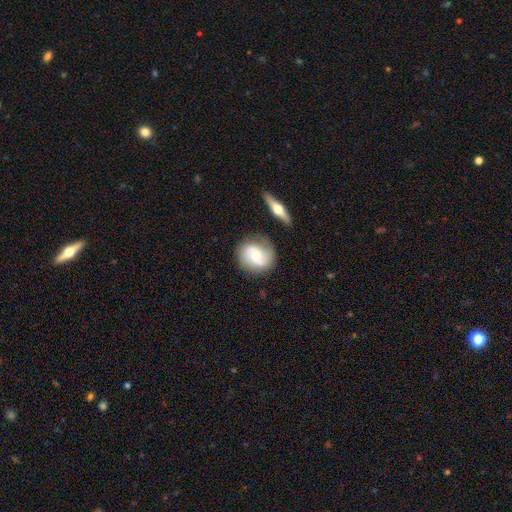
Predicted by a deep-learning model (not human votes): A featured or disk galaxy (66%) with no bar (54%), 2 (84%) medium (45%) spiral arms (90%) and a moderate central bulge (52%). Merging: none (73%).